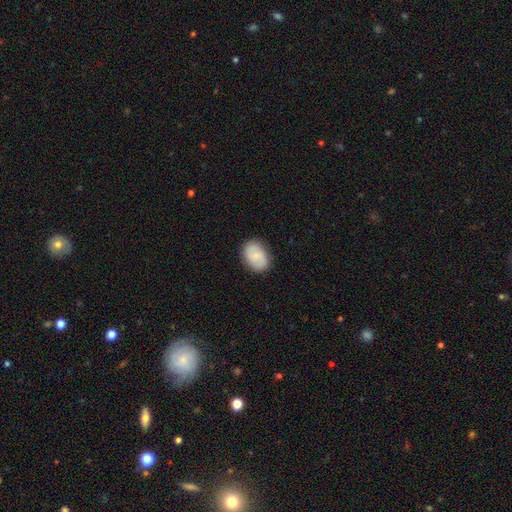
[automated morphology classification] Smooth or featured: smooth — 69% (featured or disk — 24%)
How rounded: in between — 77% (round — 22%)
Merging: none — 84% (minor disturbance — 12%)